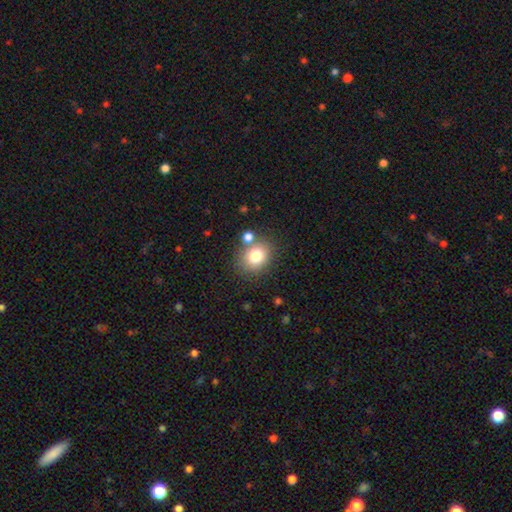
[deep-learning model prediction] Smooth or featured: smooth — 79% (star or artifact — 11%)
How rounded: round — 67% (in between — 32%)
Merging: none — 72% (merger — 13%)